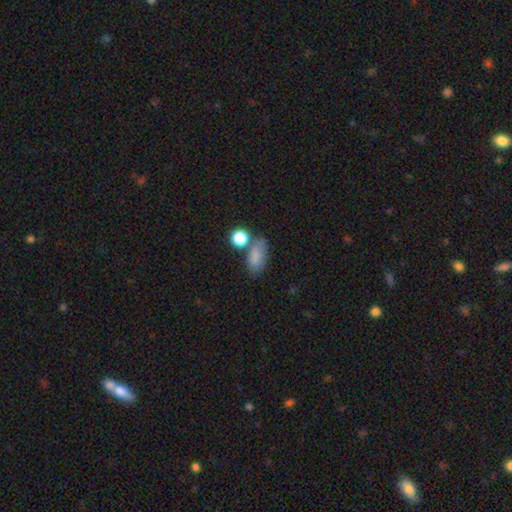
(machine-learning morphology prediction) smooth 83%, star or artifact 9%, featured or disk 8%. Down the decision tree: how rounded — in between (84%); merging — none (60%).